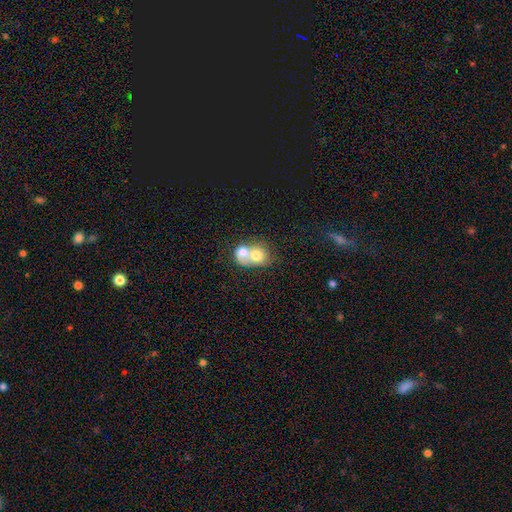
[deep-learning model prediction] smooth-or-featured: smooth: 68% | featured or disk: 25% | star or artifact: 7%
  how-rounded: round: 58% | in between: 41% | cigar-shaped: 1%
  merging: merger: 80% | none: 12% | minor disturbance: 5% | major disturbance: 3%